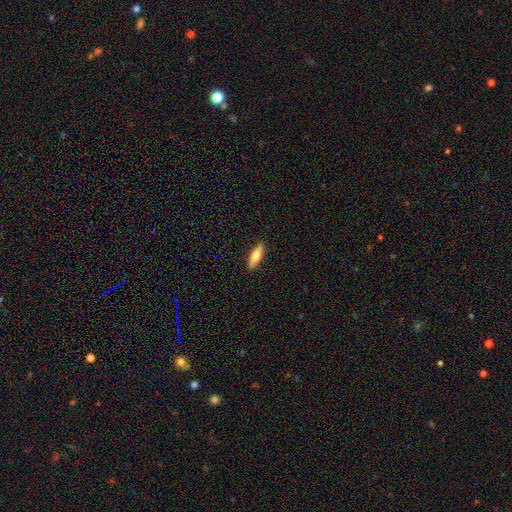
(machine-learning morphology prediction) Overall: smooth (58%; featured or disk 36%). How rounded: cigar-shaped (61%; in between 37%). Merging: none (90%).